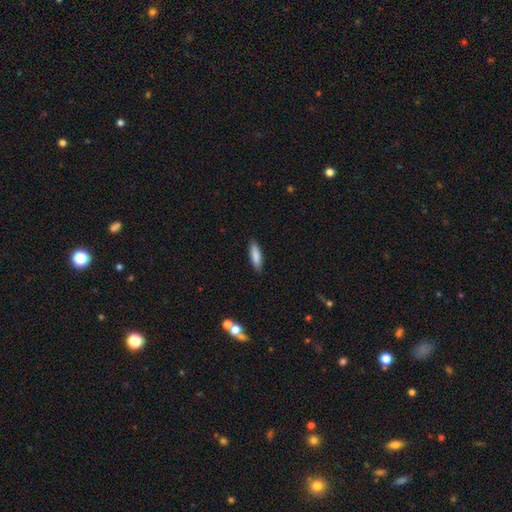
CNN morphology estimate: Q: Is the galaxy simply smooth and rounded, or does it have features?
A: smooth — 85%.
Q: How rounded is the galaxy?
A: cigar-shaped — 60%.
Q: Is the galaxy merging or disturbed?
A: none — 88%.